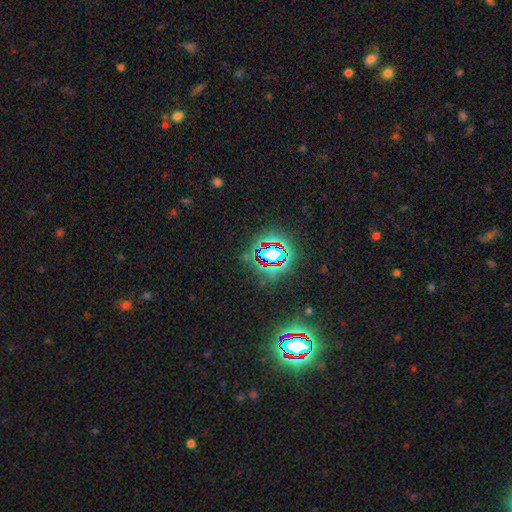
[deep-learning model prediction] star or artifact 81%, smooth 11%, featured or disk 8%.